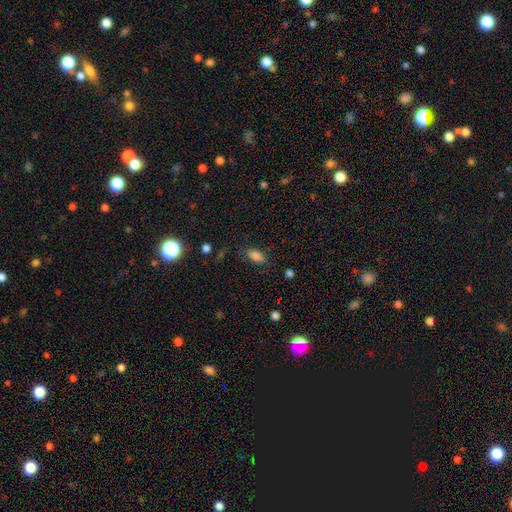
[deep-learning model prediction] Smooth or featured?
  - smooth: 82% *
  - star or artifact: 11%
  - featured or disk: 7%
How rounded?
  - in between: 89% *
  - cigar-shaped: 7%
  - round: 5%
Merging?
  - none: 73% *
  - minor disturbance: 18%
  - major disturbance: 6%
  - merger: 2%